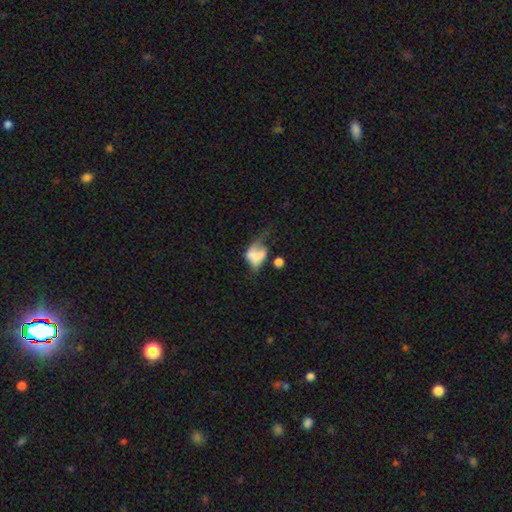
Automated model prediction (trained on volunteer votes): smooth-or-featured: smooth: 56% | featured or disk: 34% | star or artifact: 10%
  how-rounded: in between: 74% | round: 24% | cigar-shaped: 2%
  merging: major disturbance: 44% | merger: 22% | minor disturbance: 18% | none: 16%